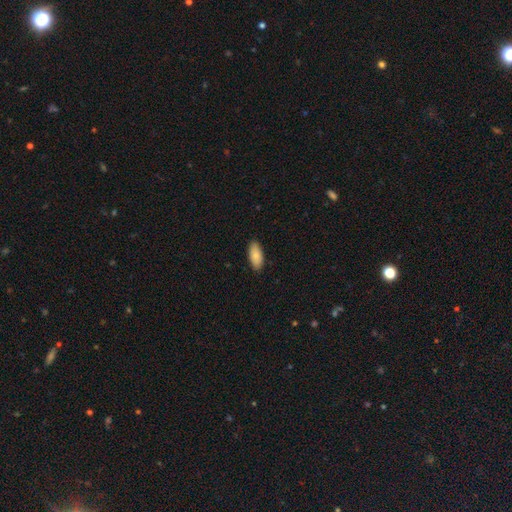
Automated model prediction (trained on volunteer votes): Smooth or featured: smooth — 84% (featured or disk — 10%)
How rounded: in between — 90% (cigar-shaped — 8%)
Merging: none — 88% (minor disturbance — 9%)